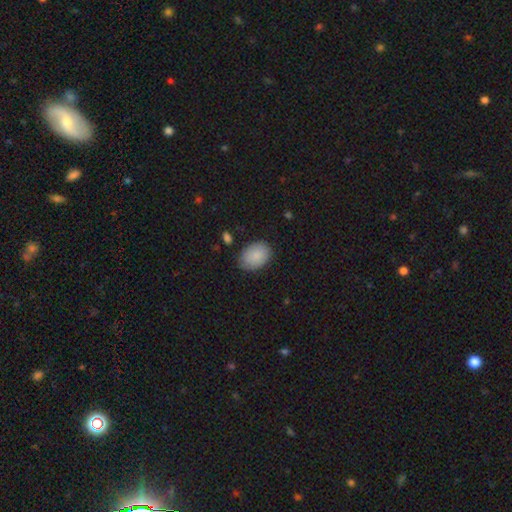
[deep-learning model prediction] A smooth galaxy with no disk features (87%) that is in between round and cigar-shaped (81%). Merging: none (79%).